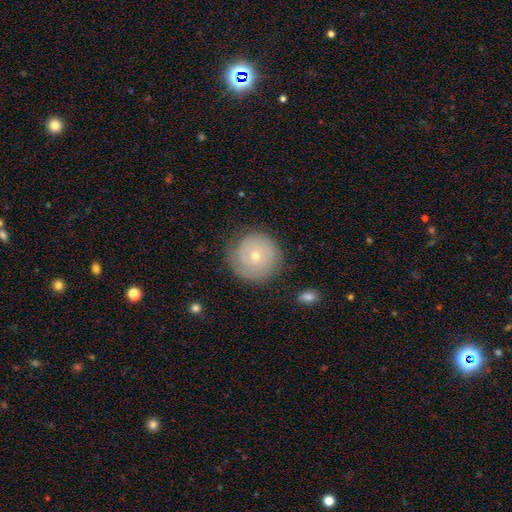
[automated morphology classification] Q: Smooth or featured?
A: featured or disk (52%); runner-up: smooth (40%)
Q: Edge-on disk?
A: no (97%); runner-up: yes (3%)
Q: Bar?
A: no (85%); runner-up: weak (13%)
Q: Spiral arms?
A: yes (73%); runner-up: no (27%)
Q: Bulge size?
A: small (67%); runner-up: moderate (30%)
Q: Merging?
A: none (79%); runner-up: minor disturbance (15%)